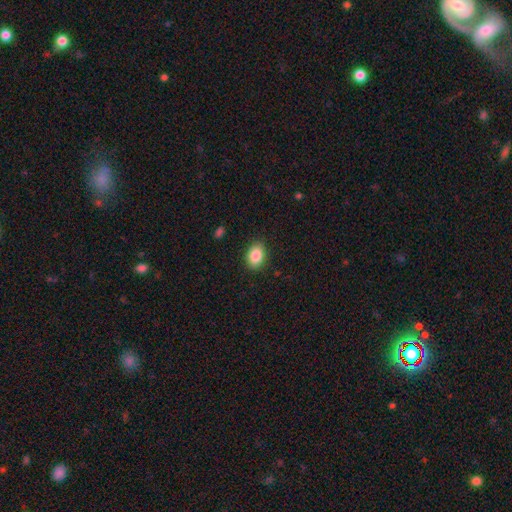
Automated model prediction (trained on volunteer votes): smooth-or-featured: smooth: 86% | star or artifact: 8% | featured or disk: 6%
  how-rounded: in between: 76% | round: 22% | cigar-shaped: 1%
  merging: none: 88% | minor disturbance: 9% | major disturbance: 2% | merger: 1%